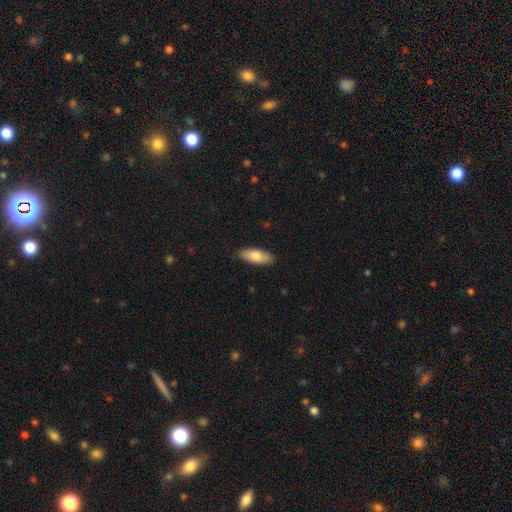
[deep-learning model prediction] Smooth or featured?
  - smooth: 79% *
  - featured or disk: 15%
  - star or artifact: 6%
How rounded?
  - in between: 74% *
  - cigar-shaped: 24%
  - round: 2%
Merging?
  - none: 88% *
  - minor disturbance: 10%
  - major disturbance: 2%
  - merger: 1%